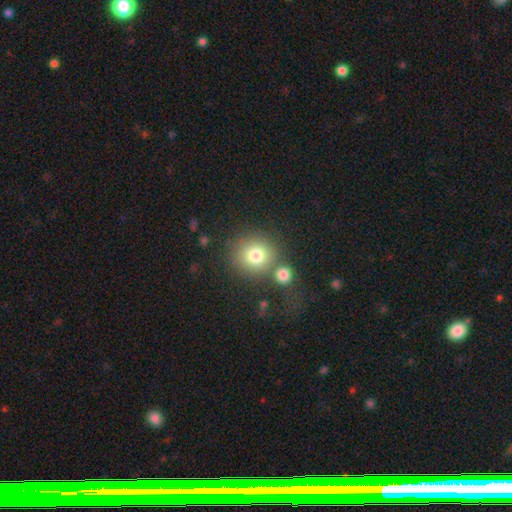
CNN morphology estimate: A smooth galaxy with no disk features (78%) that is round (87%).

Vote fractions:
- Smooth or featured? smooth: 78% / star or artifact: 12% / featured or disk: 10%
- How rounded? round: 87% / in between: 12% / cigar-shaped: 1%
- Merging? none: 67% / merger: 18% / minor disturbance: 10% / major disturbance: 5%